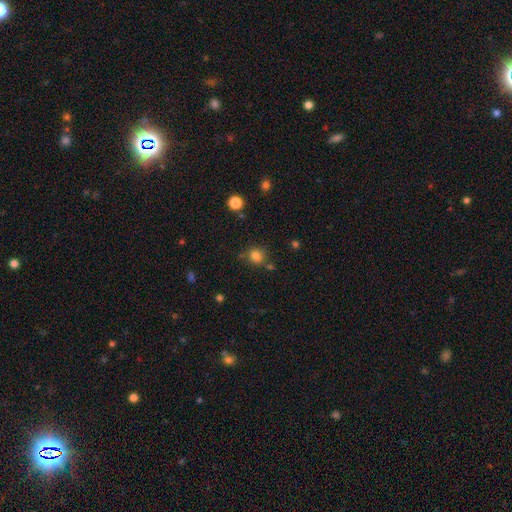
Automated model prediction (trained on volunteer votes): Smooth or featured?
  - smooth: 81% *
  - star or artifact: 14%
  - featured or disk: 6%
How rounded?
  - round: 79% *
  - in between: 20%
  - cigar-shaped: 1%
Merging?
  - none: 74% *
  - minor disturbance: 13%
  - merger: 9%
  - major disturbance: 4%